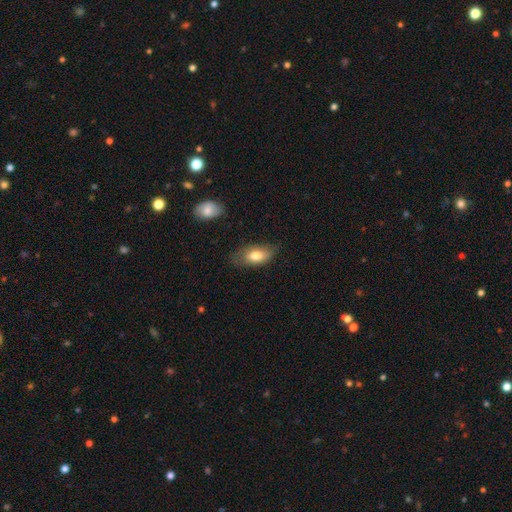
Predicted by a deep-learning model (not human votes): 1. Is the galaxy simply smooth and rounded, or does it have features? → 77% smooth, 16% featured or disk, 7% star or artifact.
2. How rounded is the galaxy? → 89% in between, 7% cigar-shaped, 4% round.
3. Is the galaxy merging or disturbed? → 69% none, 24% minor disturbance, 6% major disturbance, 2% merger.